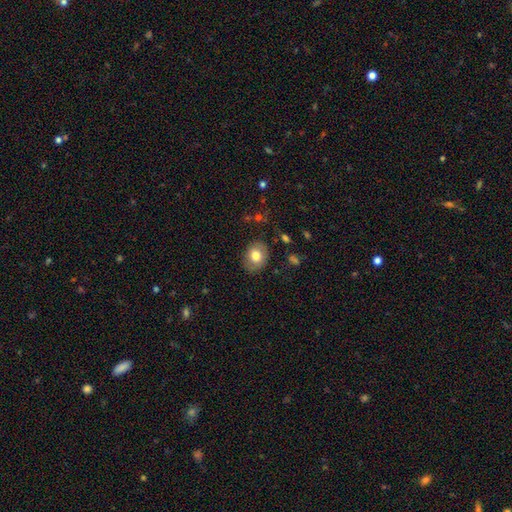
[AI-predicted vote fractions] This is likely a smooth galaxy (76%). How rounded: possibly round (51%). Merging: clearly none (83%).